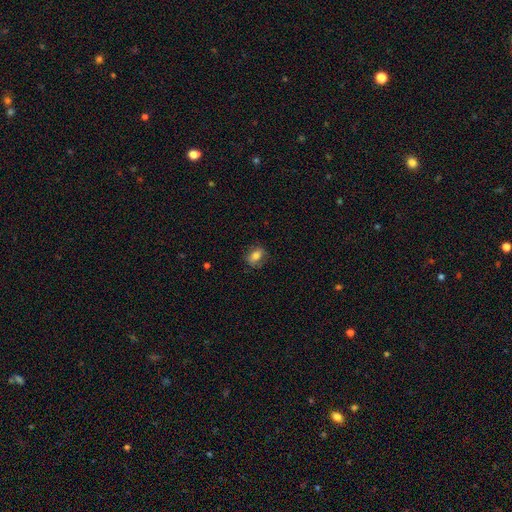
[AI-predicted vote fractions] Smooth or featured? smooth (75%)
How rounded? in between (73%)
Merging? none (76%)